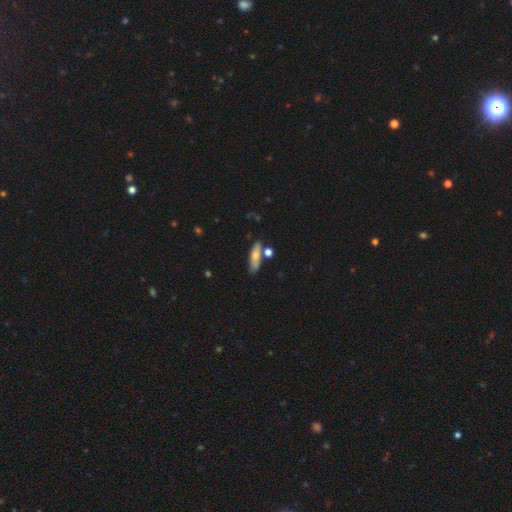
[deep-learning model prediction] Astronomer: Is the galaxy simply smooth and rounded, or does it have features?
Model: smooth — 65%.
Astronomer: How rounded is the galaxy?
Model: cigar-shaped — 61%.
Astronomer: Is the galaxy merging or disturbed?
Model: none — 70%.